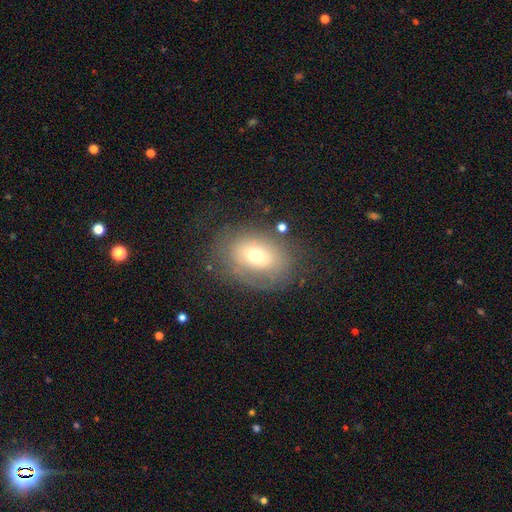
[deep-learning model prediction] smooth_or_featured: smooth (p=0.57) [alt: featured or disk p=0.31]
how_rounded: in between (p=0.67) [alt: round p=0.32]
merging: none (p=0.65) [alt: minor disturbance p=0.20]